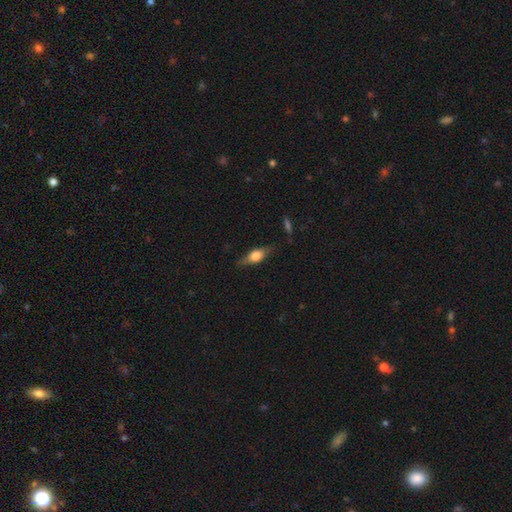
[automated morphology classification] Q: Smooth or featured?
A: smooth (53%); runner-up: featured or disk (40%)
Q: How rounded?
A: in between (63%); runner-up: cigar-shaped (30%)
Q: Merging?
A: none (77%); runner-up: minor disturbance (17%)